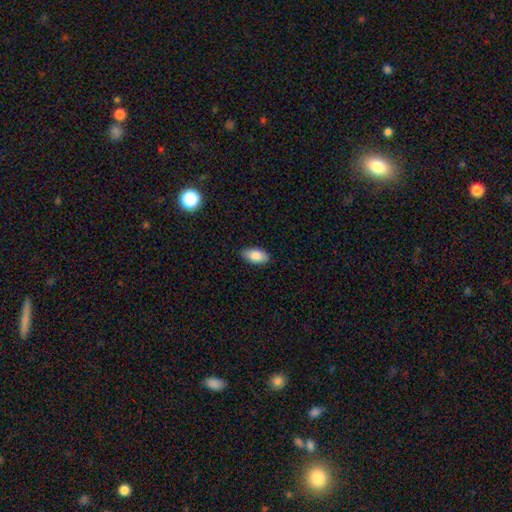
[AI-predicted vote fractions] A smooth galaxy with no disk features (85%) that is in between round and cigar-shaped (93%).

Vote fractions:
- Smooth or featured? smooth: 85% / featured or disk: 8% / star or artifact: 7%
- How rounded? in between: 93% / cigar-shaped: 3% / round: 3%
- Merging? none: 88% / minor disturbance: 9% / major disturbance: 2% / merger: 1%